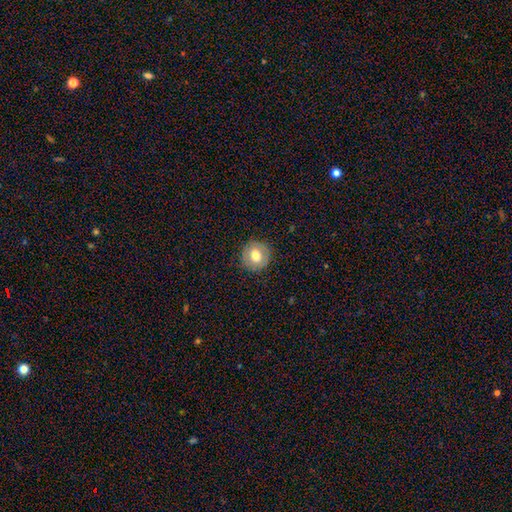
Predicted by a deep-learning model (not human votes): The model was most divided on "smooth or featured": smooth: 68%, featured or disk: 24%, star or artifact: 8%. More confident: how rounded — round (90%); merging — none (87%).